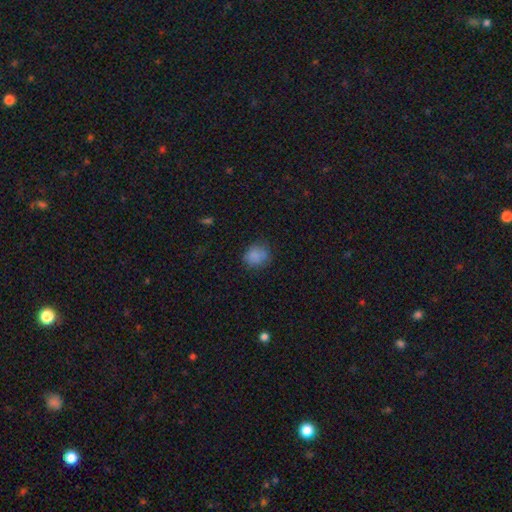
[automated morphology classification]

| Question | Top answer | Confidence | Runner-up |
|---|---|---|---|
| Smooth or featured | smooth | 83% | star or artifact (11%) |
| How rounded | round | 75% | in between (24%) |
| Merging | none | 76% | minor disturbance (17%) |